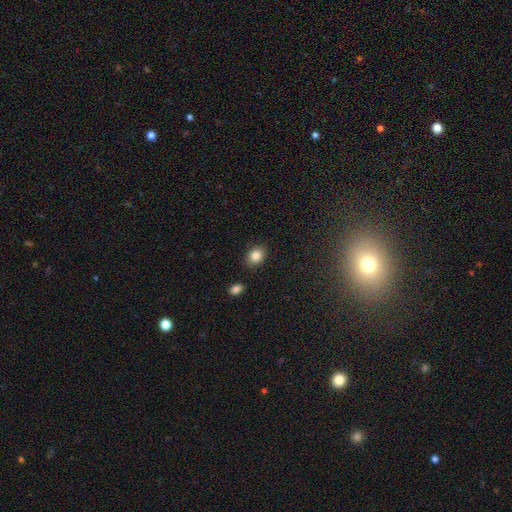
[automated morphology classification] Smooth or featured: smooth — 85% (star or artifact — 9%)
How rounded: in between — 60% (round — 39%)
Merging: none — 87% (minor disturbance — 9%)